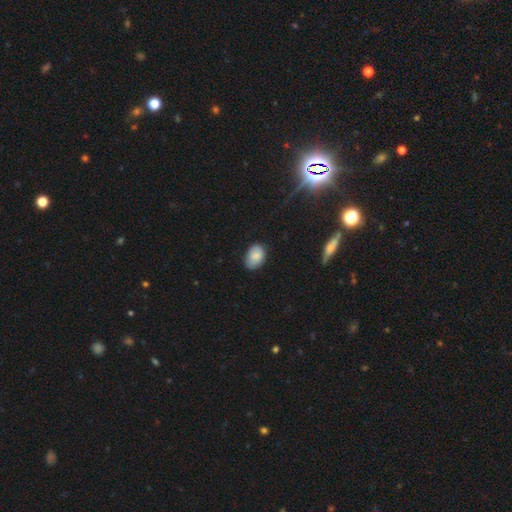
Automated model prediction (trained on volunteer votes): A smooth galaxy with no disk features (84%) that is in between round and cigar-shaped (83%).

Vote fractions:
- Smooth or featured? smooth: 84% / star or artifact: 8% / featured or disk: 8%
- How rounded? in between: 83% / round: 16% / cigar-shaped: 1%
- Merging? none: 75% / minor disturbance: 21% / major disturbance: 3% / merger: 1%